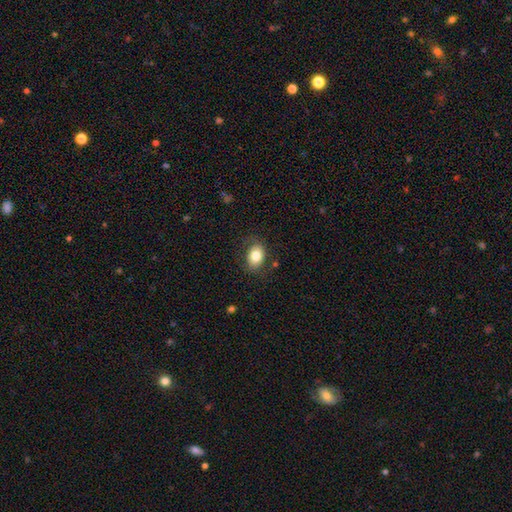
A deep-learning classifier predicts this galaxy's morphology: smooth_or_featured: smooth (p=0.81) [alt: featured or disk p=0.11]
how_rounded: in between (p=0.74) [alt: round p=0.25]
merging: none (p=0.79) [alt: minor disturbance p=0.14]